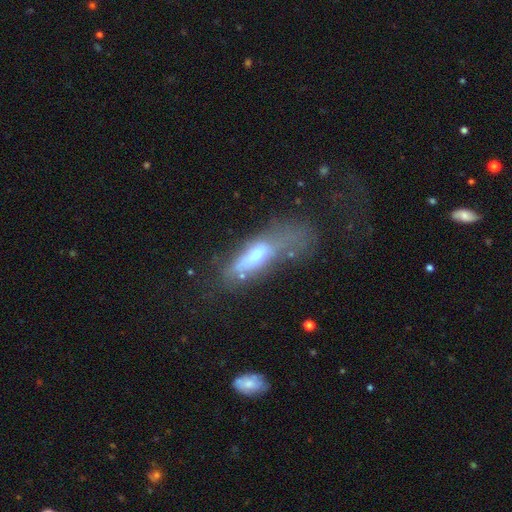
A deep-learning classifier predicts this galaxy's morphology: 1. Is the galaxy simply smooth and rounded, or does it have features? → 54% smooth, 37% featured or disk, 10% star or artifact.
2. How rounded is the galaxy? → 53% in between, 44% cigar-shaped, 3% round.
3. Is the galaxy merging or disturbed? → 39% major disturbance, 28% none, 23% minor disturbance, 10% merger.